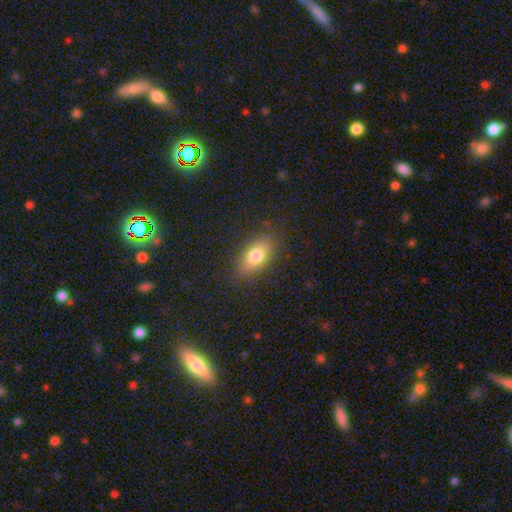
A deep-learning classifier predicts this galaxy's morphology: smooth-or-featured: smooth: 77% | featured or disk: 13% | star or artifact: 10%
  how-rounded: in between: 86% | round: 7% | cigar-shaped: 7%
  merging: none: 84% | minor disturbance: 11% | major disturbance: 4% | merger: 1%